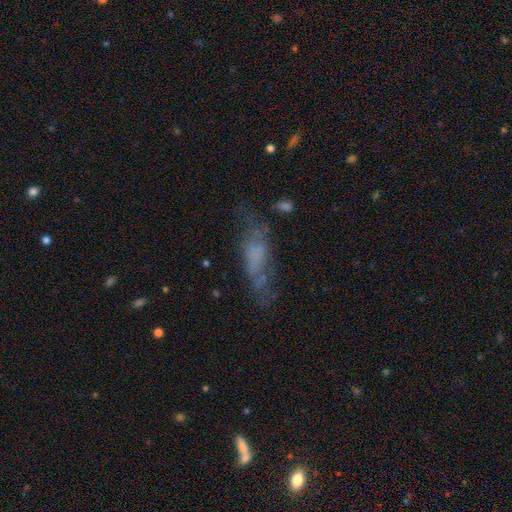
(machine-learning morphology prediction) A smooth galaxy with no disk features (46%). Merging: none (51%).